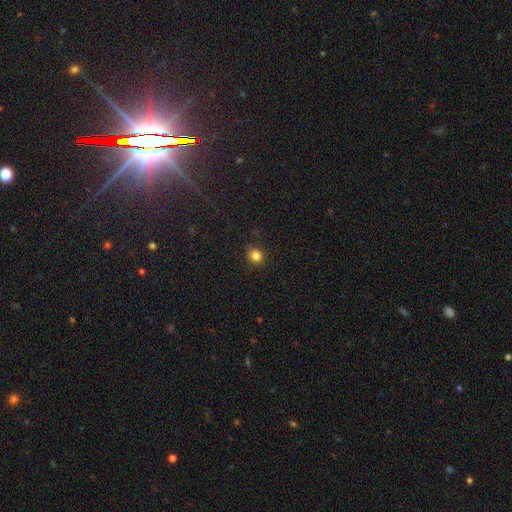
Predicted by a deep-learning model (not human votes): Smooth or featured: smooth — 83% (star or artifact — 13%)
How rounded: round — 82% (in between — 17%)
Merging: none — 84% (minor disturbance — 12%)